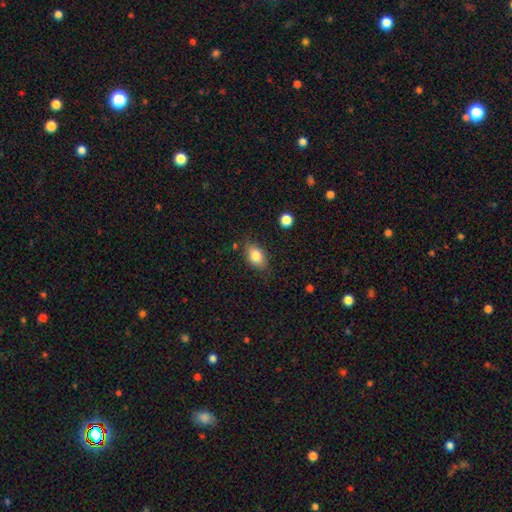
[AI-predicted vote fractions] smooth-or-featured: smooth: 82% | featured or disk: 10% | star or artifact: 8%
  how-rounded: in between: 84% | round: 14% | cigar-shaped: 2%
  merging: none: 78% | minor disturbance: 16% | major disturbance: 4% | merger: 2%